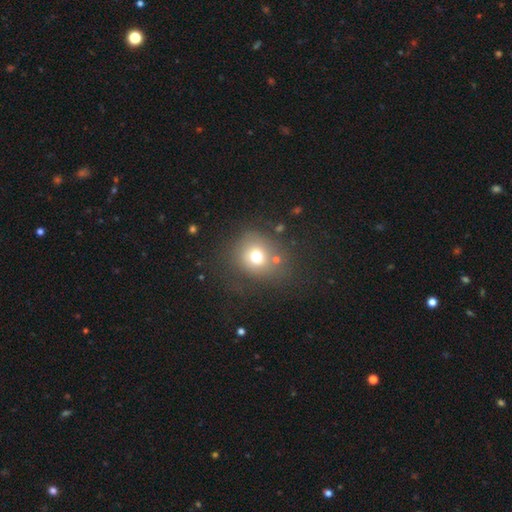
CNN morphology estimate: Smooth or featured? Predicted: smooth (p=0.68). How rounded? Predicted: round (p=0.79). Merging? Predicted: none (p=0.64).